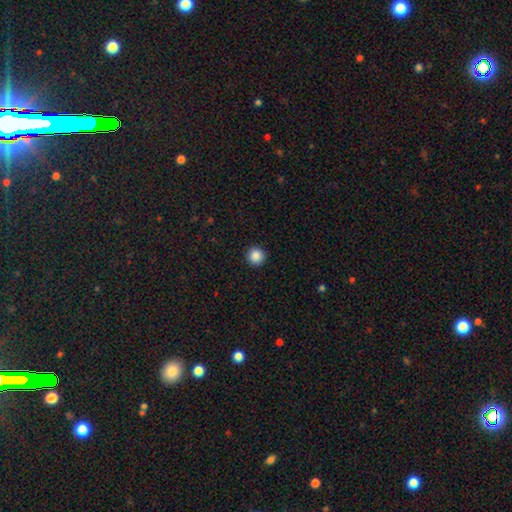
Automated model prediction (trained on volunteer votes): Smooth or featured? Predicted: smooth (p=0.87). How rounded? Predicted: round (p=0.96). Merging? Predicted: none (p=0.93).